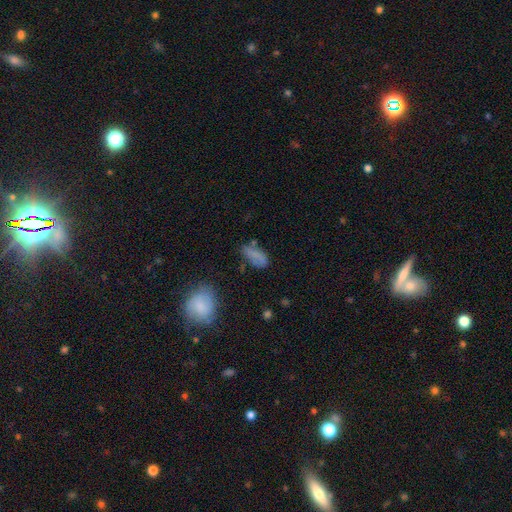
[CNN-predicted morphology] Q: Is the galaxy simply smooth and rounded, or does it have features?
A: smooth — 71%.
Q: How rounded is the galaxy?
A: in between — 78%.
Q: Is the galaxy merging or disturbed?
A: none — 53%.